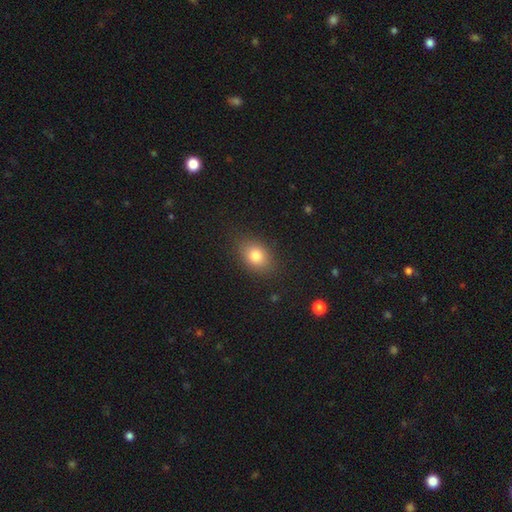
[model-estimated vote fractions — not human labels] smooth 81%, star or artifact 10%, featured or disk 9%. Down the decision tree: how rounded — in between (71%); merging — none (83%).